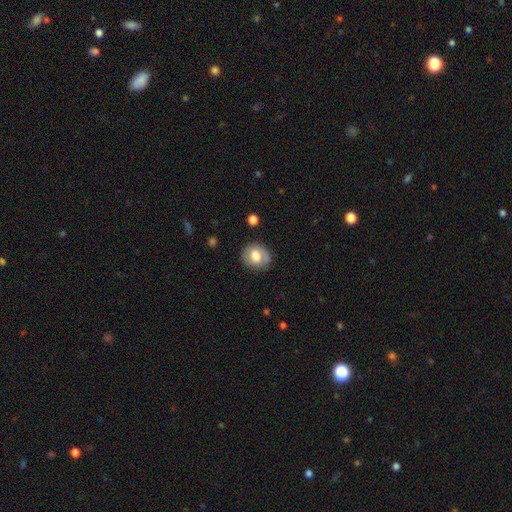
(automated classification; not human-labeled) smooth-or-featured: smooth: 61% | featured or disk: 31% | star or artifact: 8%
  how-rounded: round: 67% | in between: 32% | cigar-shaped: 1%
  merging: none: 74% | minor disturbance: 18% | major disturbance: 6% | merger: 2%